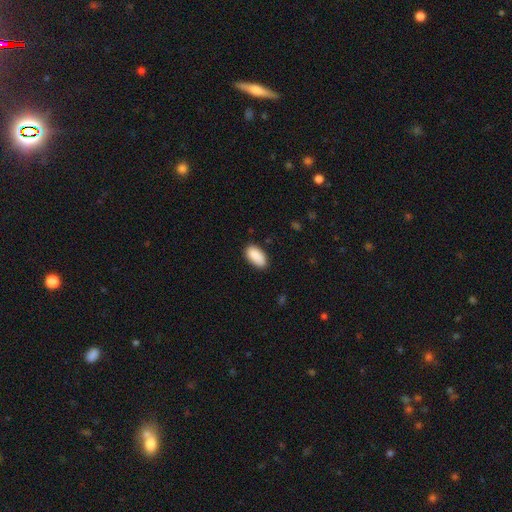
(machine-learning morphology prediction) The model was most divided on "merging": none: 81%, minor disturbance: 15%, major disturbance: 2%, merger: 1%. More confident: how rounded — in between (94%); smooth or featured — smooth (89%).